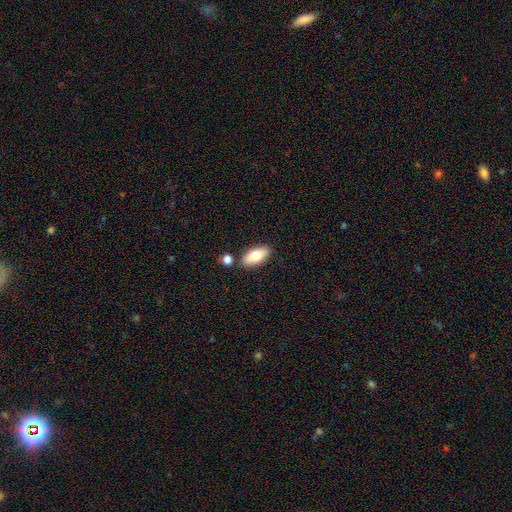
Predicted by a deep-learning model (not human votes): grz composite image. It shows a smooth galaxy with no disk features (78%) that is in between round and cigar-shaped (90%). Merging: none (81%).